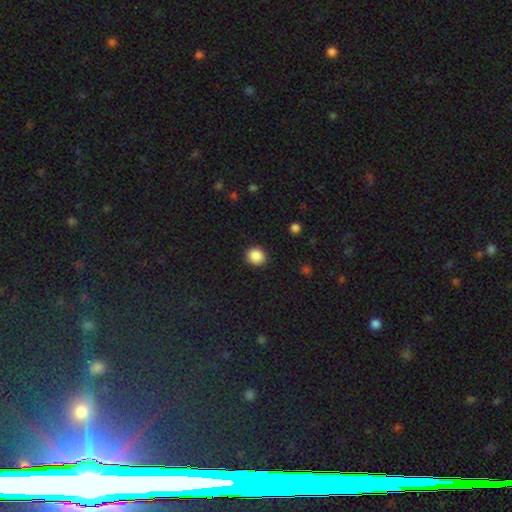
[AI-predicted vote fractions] A smooth galaxy with no disk features (88%) that is round (82%). Merging: none (91%).